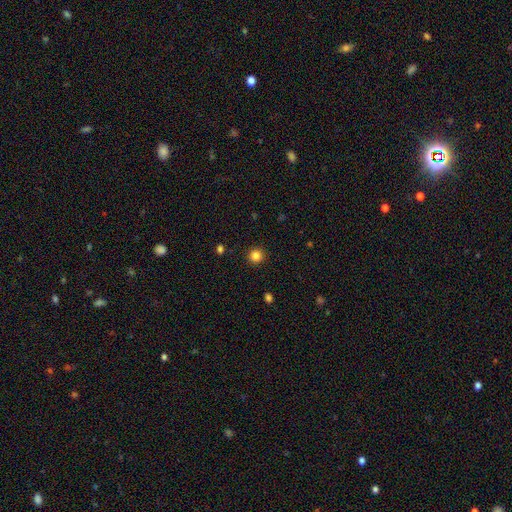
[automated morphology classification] Smooth or featured?
  - smooth: 84% *
  - star or artifact: 12%
  - featured or disk: 4%
How rounded?
  - round: 94% *
  - in between: 5%
  - cigar-shaped: 1%
Merging?
  - none: 92% *
  - minor disturbance: 5%
  - major disturbance: 2%
  - merger: 1%